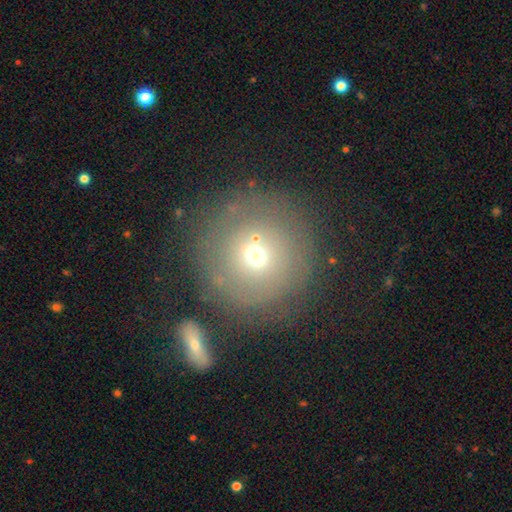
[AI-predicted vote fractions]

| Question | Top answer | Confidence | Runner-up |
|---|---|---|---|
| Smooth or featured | smooth | 58% | featured or disk (23%) |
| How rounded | round | 93% | in between (6%) |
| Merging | none | 71% | minor disturbance (14%) |